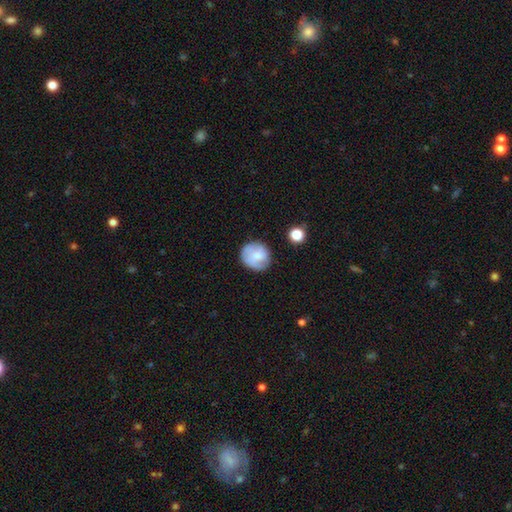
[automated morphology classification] This appears to be a smooth galaxy with no disk features (68%) that is round (83%). Merging: none (72%).